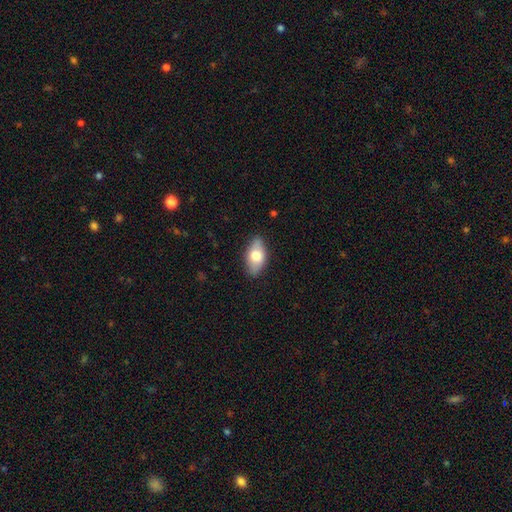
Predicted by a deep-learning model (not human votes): Smooth or featured?
  - smooth: 69% *
  - featured or disk: 24%
  - star or artifact: 7%
How rounded?
  - in between: 91% *
  - round: 5%
  - cigar-shaped: 4%
Merging?
  - none: 82% *
  - minor disturbance: 14%
  - major disturbance: 3%
  - merger: 1%